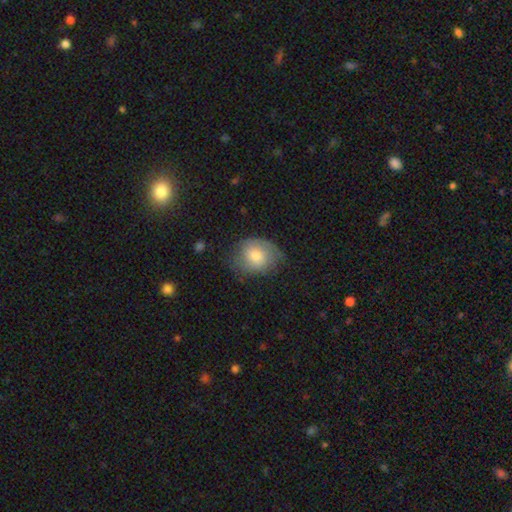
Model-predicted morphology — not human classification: Q: Smooth or featured?
A: smooth (63%); runner-up: featured or disk (29%)
Q: How rounded?
A: round (55%); runner-up: in between (44%)
Q: Merging?
A: none (59%); runner-up: minor disturbance (29%)